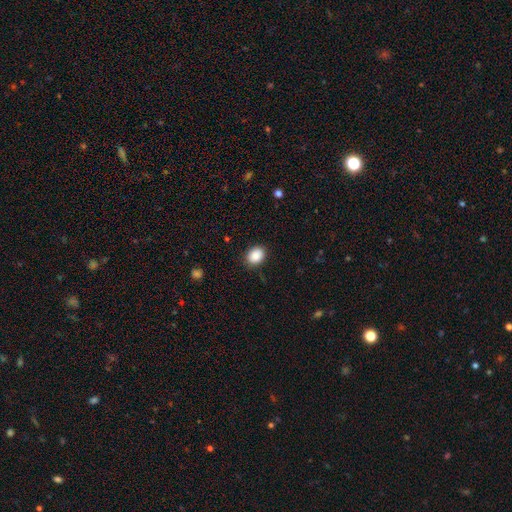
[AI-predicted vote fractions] Smooth or featured? Predicted: smooth (p=0.89). How rounded? Predicted: in between (p=0.61). Merging? Predicted: none (p=0.86).